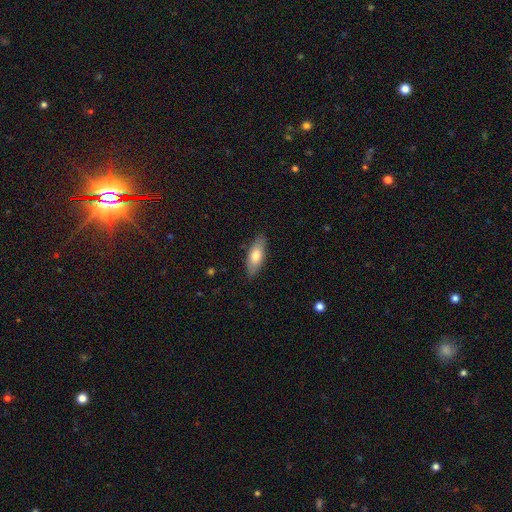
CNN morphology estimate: smooth-or-featured: smooth: 73% | featured or disk: 21% | star or artifact: 6%
  how-rounded: in between: 75% | cigar-shaped: 22% | round: 2%
  merging: none: 85% | minor disturbance: 12% | major disturbance: 2% | merger: 1%